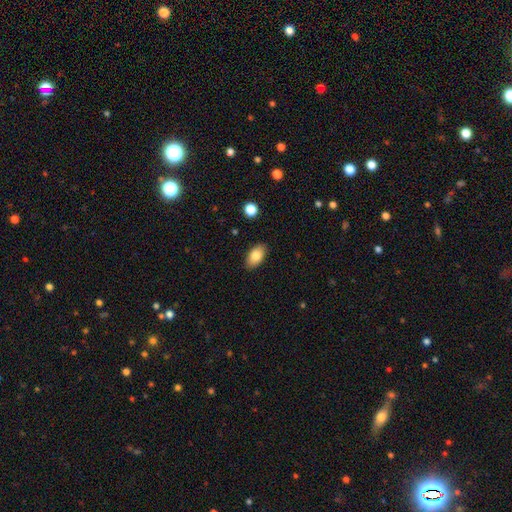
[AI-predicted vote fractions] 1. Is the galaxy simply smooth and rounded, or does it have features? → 83% smooth, 10% featured or disk, 7% star or artifact.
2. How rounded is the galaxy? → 93% in between, 5% round, 2% cigar-shaped.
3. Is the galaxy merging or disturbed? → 88% none, 9% minor disturbance, 2% major disturbance, 1% merger.